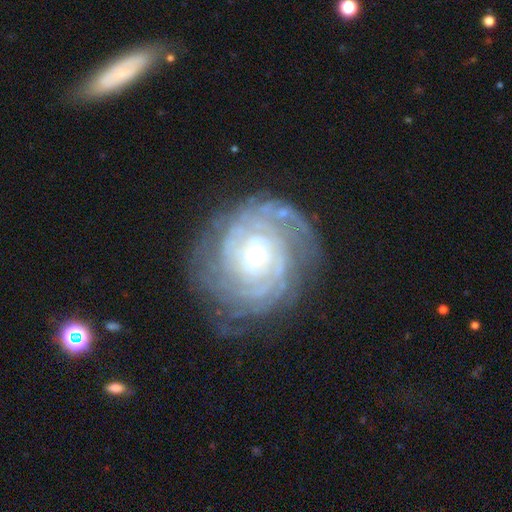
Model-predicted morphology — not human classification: Smooth or featured? Predicted: featured or disk (p=0.86). Edge-on disk? Predicted: no (p=0.97). Bar? Predicted: no (p=0.69). Spiral arms? Predicted: yes (p=0.95). Spiral winding? Predicted: tight (p=0.80). Spiral arm count? Predicted: can't tell (p=0.40). Bulge size? Predicted: small (p=0.56). Merging? Predicted: none (p=0.74).